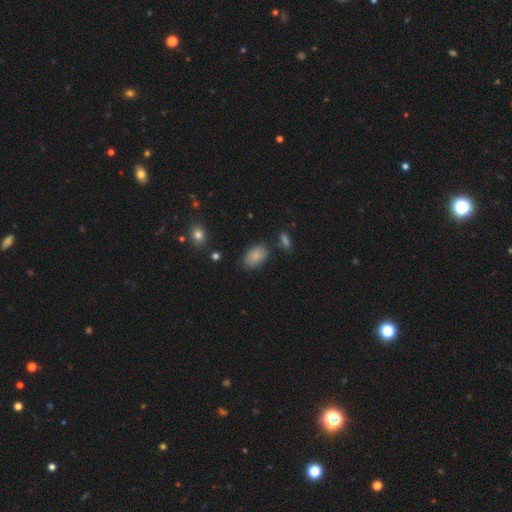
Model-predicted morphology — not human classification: This appears to be a smooth galaxy with no disk features (84%) that is in between round and cigar-shaped (90%). Merging: none (78%).